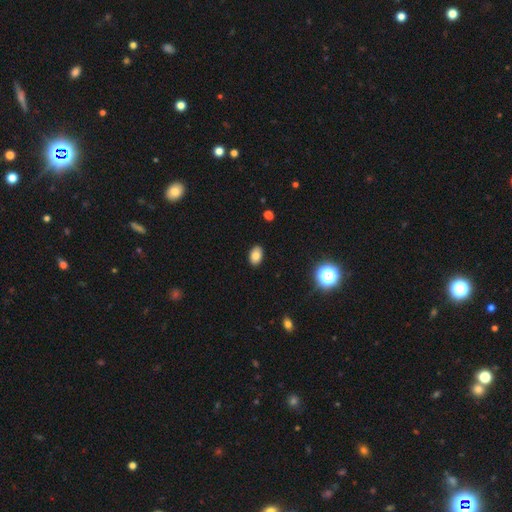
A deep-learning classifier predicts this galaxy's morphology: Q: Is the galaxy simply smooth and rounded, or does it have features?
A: smooth — 80%.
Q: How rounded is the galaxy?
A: in between — 87%.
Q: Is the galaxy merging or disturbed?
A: none — 88%.